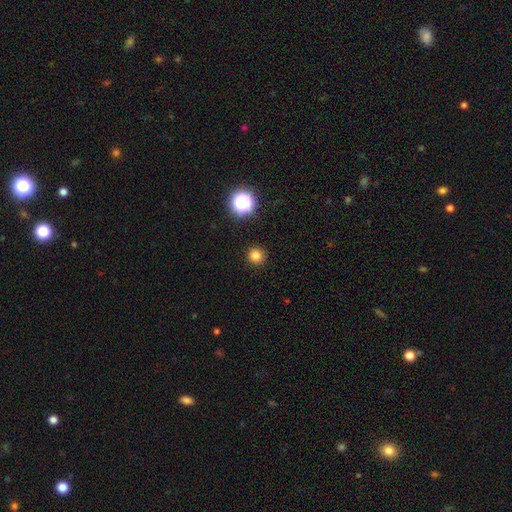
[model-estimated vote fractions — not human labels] Smooth or featured? Predicted: smooth (p=0.80). How rounded? Predicted: round (p=0.95). Merging? Predicted: none (p=0.92).